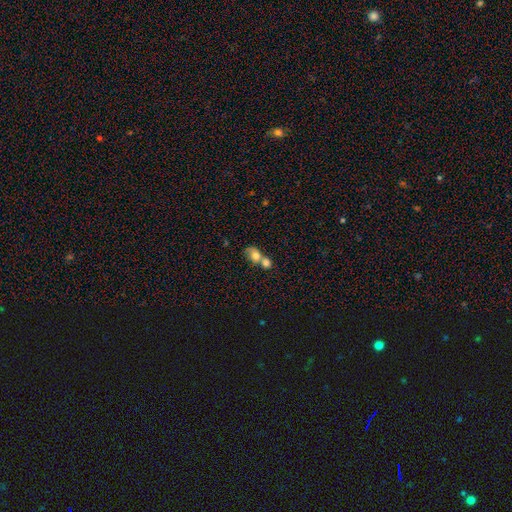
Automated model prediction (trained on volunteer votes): Overall: smooth (72%). How rounded: in between (52%; round 46%). Merging: merger (72%).